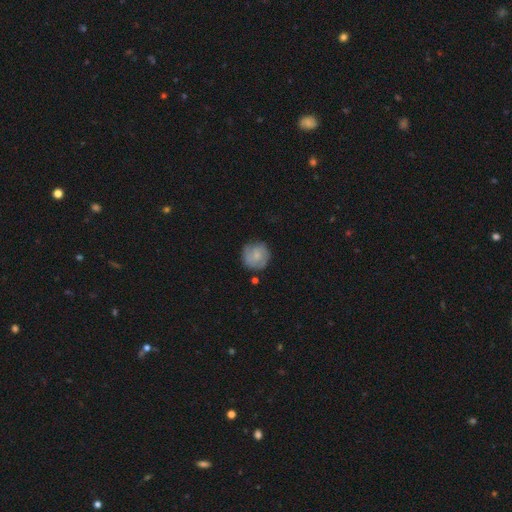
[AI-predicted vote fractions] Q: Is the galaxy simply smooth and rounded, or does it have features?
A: smooth — 47%.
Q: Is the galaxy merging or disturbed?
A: none — 73%.